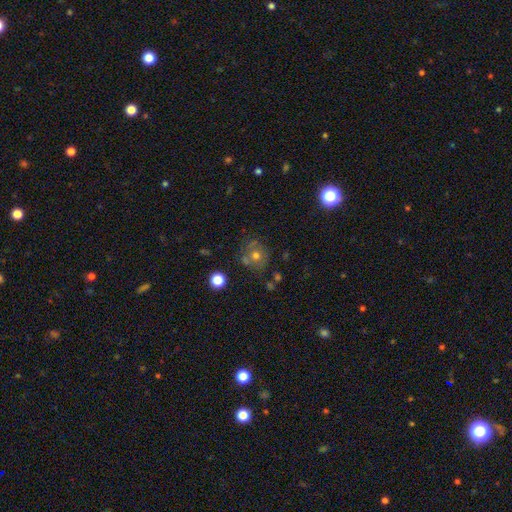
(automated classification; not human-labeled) Morphology: type=smooth (61%); roundness=round (85%); merging=none (63%).